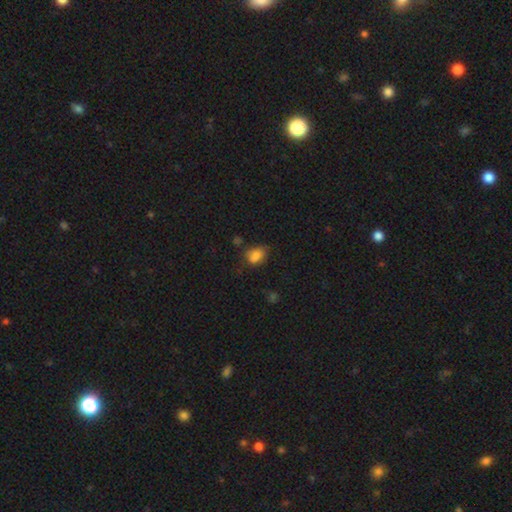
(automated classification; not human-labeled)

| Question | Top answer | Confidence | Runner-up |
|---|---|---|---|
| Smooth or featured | smooth | 77% | star or artifact (12%) |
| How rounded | in between | 72% | round (26%) |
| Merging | none | 51% | minor disturbance (28%) |